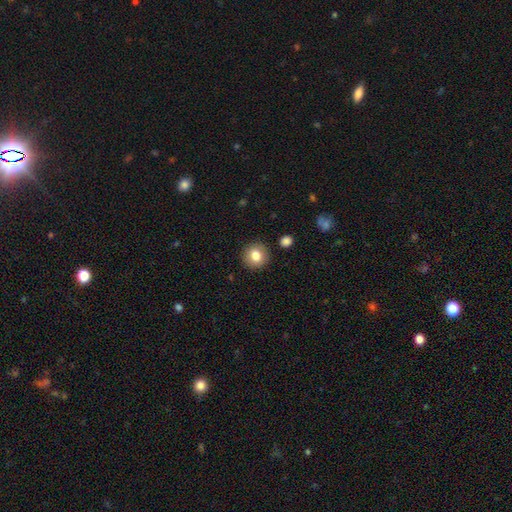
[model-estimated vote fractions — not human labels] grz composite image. It shows a smooth galaxy with no disk features (82%) that is round (89%). Merging: none (90%).